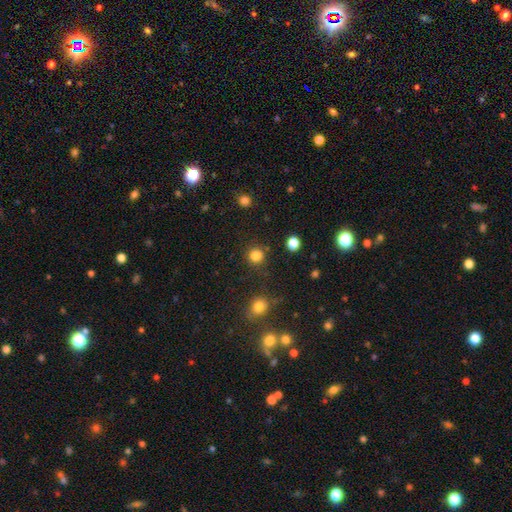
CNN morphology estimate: Overall: smooth (81%). How rounded: round (89%). Merging: none (79%).